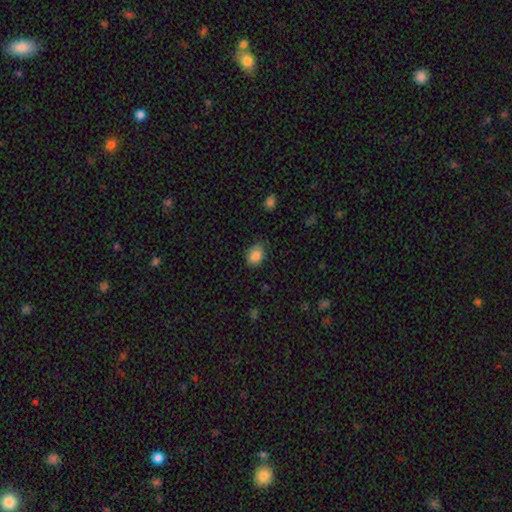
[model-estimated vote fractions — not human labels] Morphology: type=smooth (86%); roundness=in between (67%); merging=none (76%).